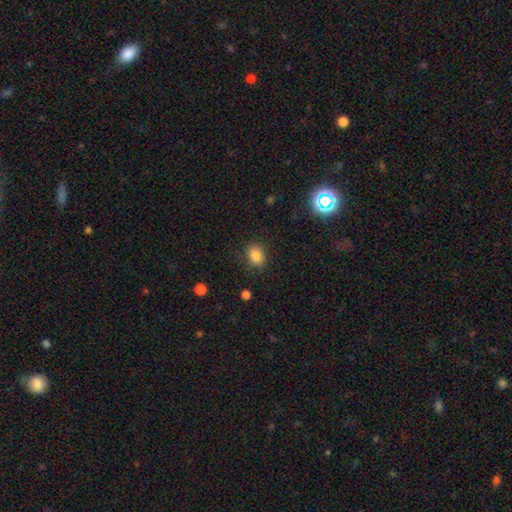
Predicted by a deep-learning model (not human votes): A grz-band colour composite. It shows a smooth galaxy with no disk features (83%) that is in between round and cigar-shaped (55%). Merging: none (84%).